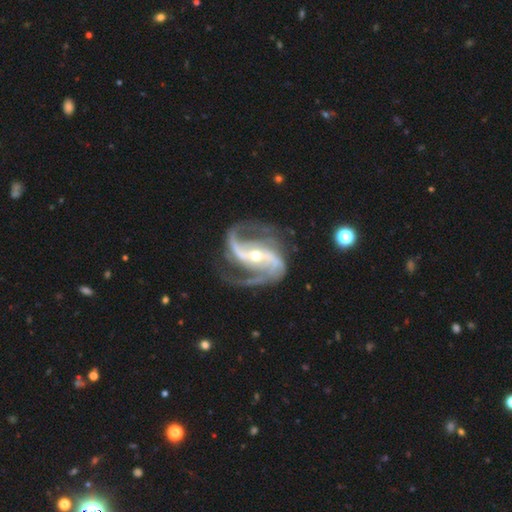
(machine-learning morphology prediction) smooth-or-featured: featured or disk: 94% | star or artifact: 4% | smooth: 2%
  disk-edge-on: no: 98% | yes: 2%
    bar: strong: 49% | weak: 29% | no: 22%
    has-spiral-arms: yes: 99% | no: 1%
      spiral-winding: medium: 53% | loose: 35% | tight: 12%
      spiral-arm-count: 2: 85% | 3: 7% | can't tell: 2% | 4: 2% | 1: 2% | more than 4: 2%
    bulge-size: small: 53% | moderate: 43% | large: 2% | none: 1% | dominant: 1%
  merging: none: 74% | minor disturbance: 15% | major disturbance: 9% | merger: 2%